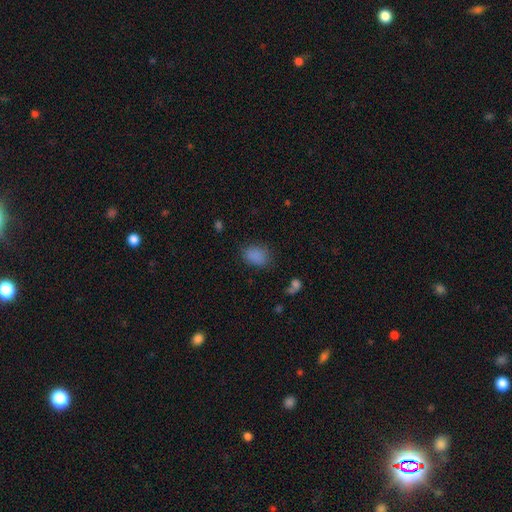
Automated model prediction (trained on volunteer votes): Smooth or featured?
  - smooth: 84% *
  - star or artifact: 11%
  - featured or disk: 5%
How rounded?
  - in between: 77% *
  - round: 22%
  - cigar-shaped: 1%
Merging?
  - none: 76% *
  - minor disturbance: 16%
  - major disturbance: 6%
  - merger: 2%